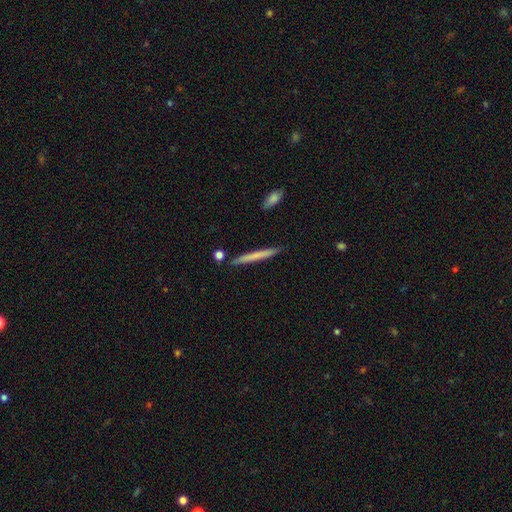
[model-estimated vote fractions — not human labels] The model was most divided on "smooth or featured": smooth: 63%, featured or disk: 31%, star or artifact: 6%. More confident: how rounded — cigar-shaped (97%); merging — none (90%).